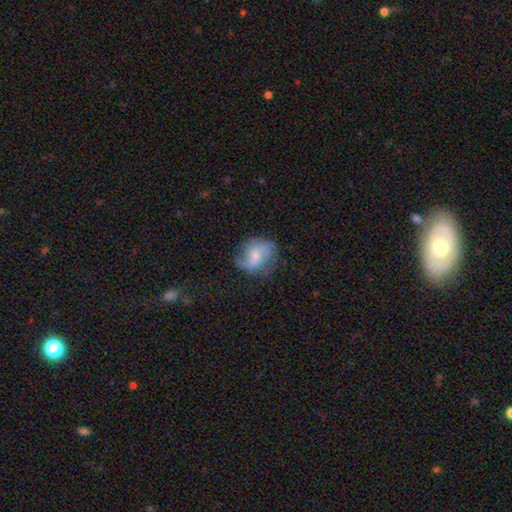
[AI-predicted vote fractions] Smooth or featured? featured or disk (71%)
Edge-on disk? no (97%)
Bar? weak (50%)
Spiral arms? yes (93%)
Spiral winding? loose (45%)
Spiral arm count? 2 (81%)
Bulge size? small (47%)
Merging? none (71%)